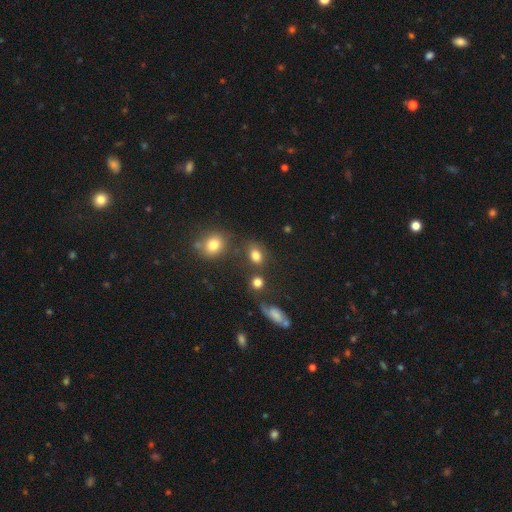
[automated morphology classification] A smooth galaxy with no disk features (80%) that is in between round and cigar-shaped (59%). Merging: none (67%).